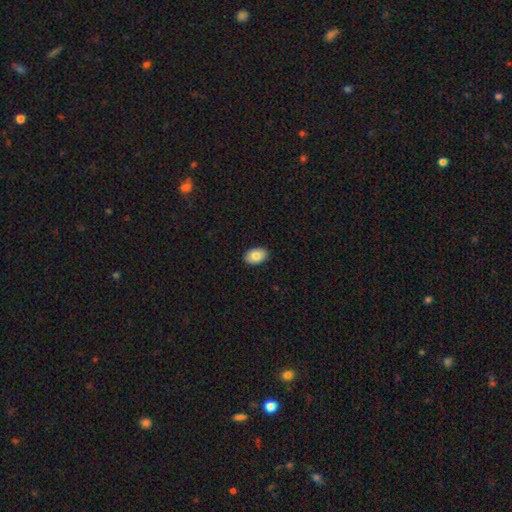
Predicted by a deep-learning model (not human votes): Smooth or featured: smooth — 82% (featured or disk — 11%)
How rounded: in between — 89% (round — 10%)
Merging: none — 90% (minor disturbance — 7%)